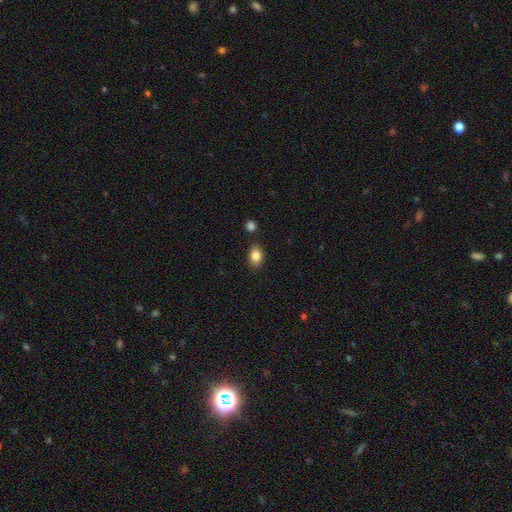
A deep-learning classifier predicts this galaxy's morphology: Smooth or featured?
  - smooth: 86% *
  - star or artifact: 9%
  - featured or disk: 6%
How rounded?
  - in between: 81% *
  - round: 18%
  - cigar-shaped: 1%
Merging?
  - none: 83% *
  - minor disturbance: 10%
  - merger: 4%
  - major disturbance: 2%